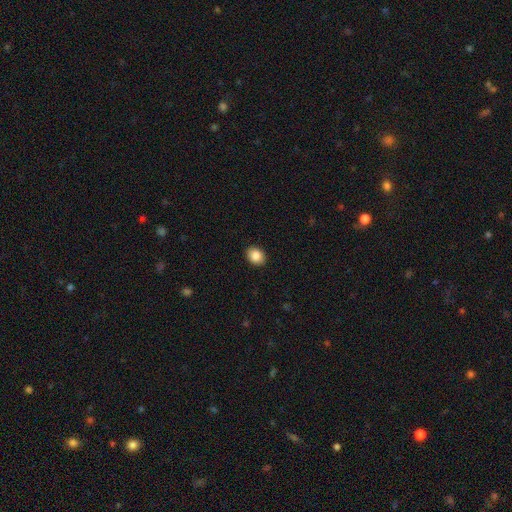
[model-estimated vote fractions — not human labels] The model was most divided on "how rounded": in between: 53%, round: 46%, cigar-shaped: 1%. More confident: merging — none (91%); smooth or featured — smooth (87%).